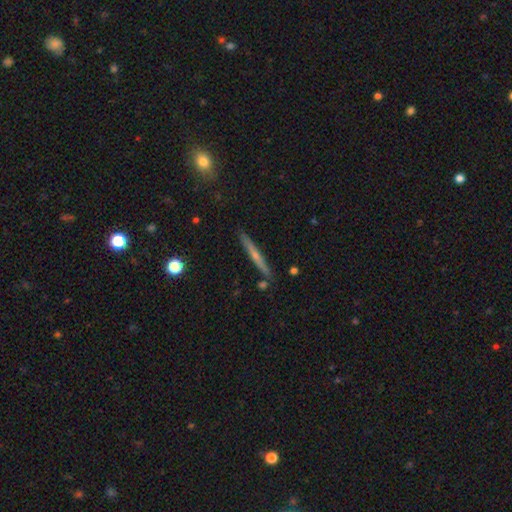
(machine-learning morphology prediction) Smooth or featured: featured or disk — 56% (smooth — 37%)
Edge-on disk: yes — 97% (no — 3%)
Edge-on bulge: rounded — 50% (none — 45%)
Merging: none — 88% (minor disturbance — 8%)